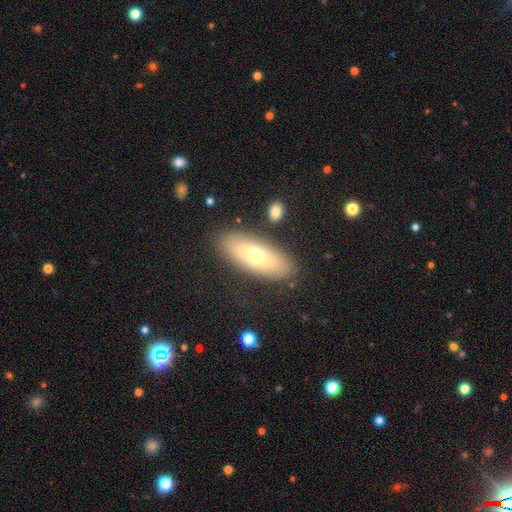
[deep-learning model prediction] A smooth galaxy with no disk features (63%) that is in between round and cigar-shaped (74%).

Vote fractions:
- Smooth or featured? smooth: 63% / featured or disk: 30% / star or artifact: 7%
- How rounded? in between: 74% / cigar-shaped: 23% / round: 3%
- Merging? none: 85% / minor disturbance: 10% / major disturbance: 3% / merger: 3%